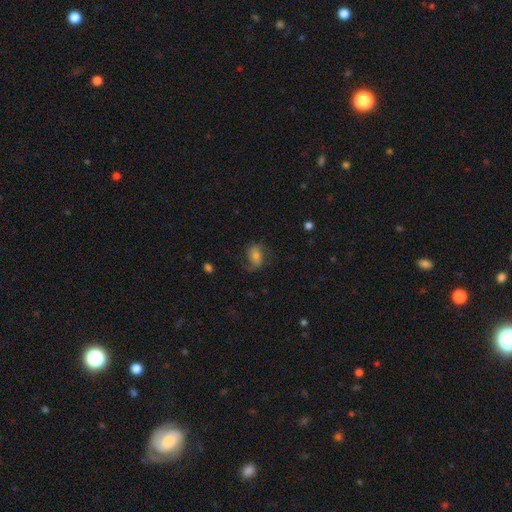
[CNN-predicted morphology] Q: Smooth or featured?
A: featured or disk (51%); runner-up: smooth (39%)
Q: Edge-on disk?
A: no (96%); runner-up: yes (4%)
Q: Merging?
A: none (63%); runner-up: minor disturbance (21%)